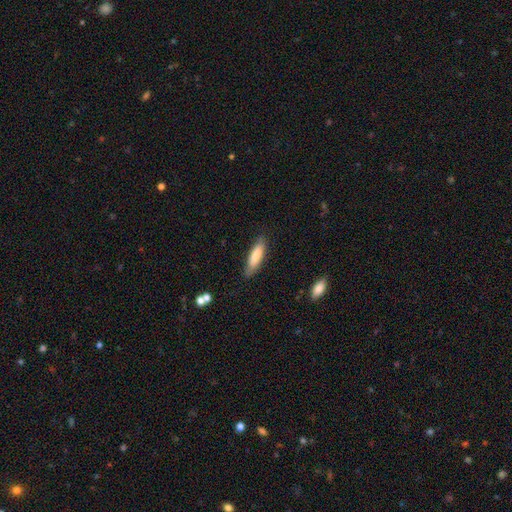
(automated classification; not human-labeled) This is likely a smooth galaxy (78%). How rounded: likely cigar-shaped (65%). Merging: clearly none (81%).